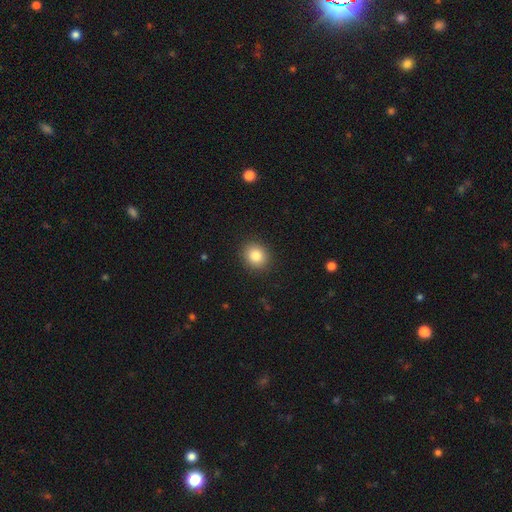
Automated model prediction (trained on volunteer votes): A smooth galaxy with no disk features (84%) that is round (77%).

Vote fractions:
- Smooth or featured? smooth: 84% / star or artifact: 9% / featured or disk: 6%
- How rounded? round: 77% / in between: 22% / cigar-shaped: 1%
- Merging? none: 91% / minor disturbance: 6% / major disturbance: 2% / merger: 1%